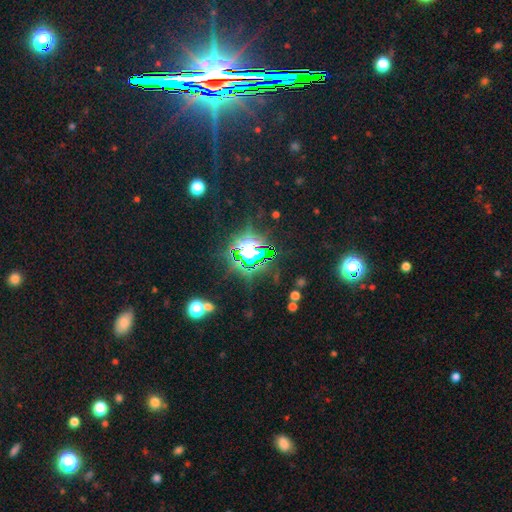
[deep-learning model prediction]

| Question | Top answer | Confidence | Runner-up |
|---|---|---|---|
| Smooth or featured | star or artifact | 79% | smooth (12%) |